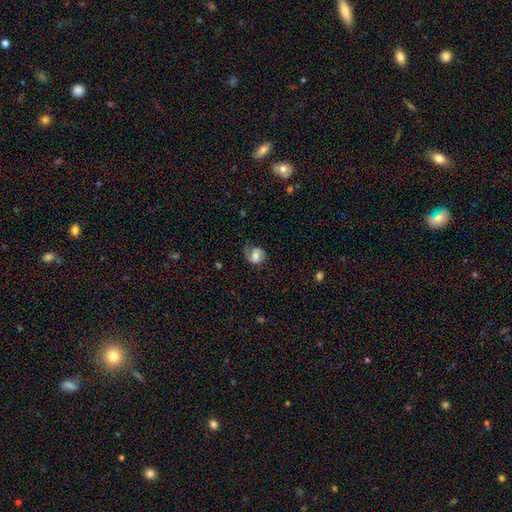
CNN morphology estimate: Smooth or featured? smooth (52%)
How rounded? round (50%)
Merging? none (51%)